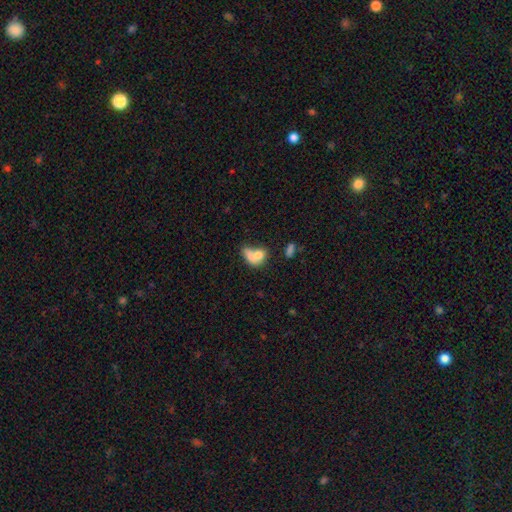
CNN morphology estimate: smooth 71%, featured or disk 19%, star or artifact 10%. Down the decision tree: how rounded — in between (69%); merging — merger (49%).